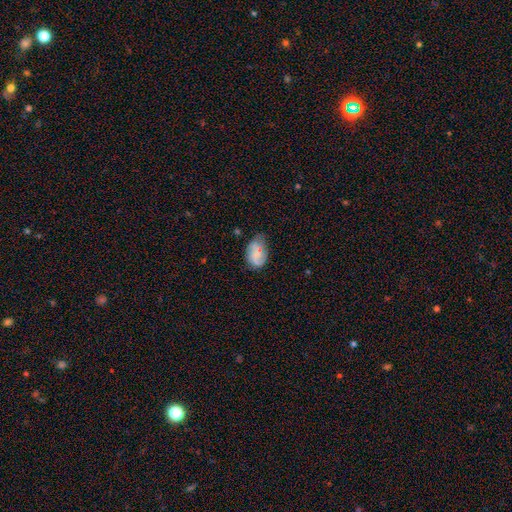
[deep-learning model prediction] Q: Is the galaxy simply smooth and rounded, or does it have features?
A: smooth — 48%.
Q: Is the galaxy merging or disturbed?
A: none — 50%.